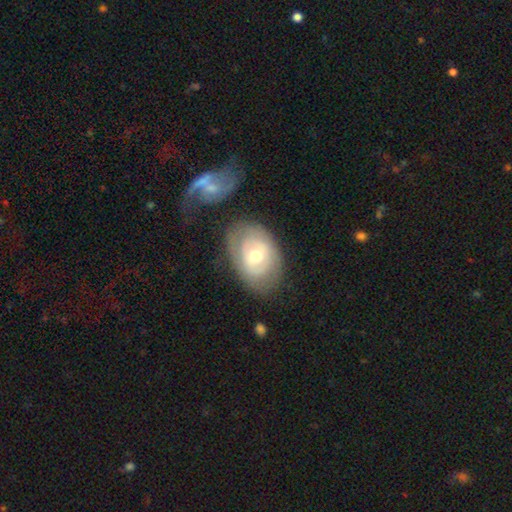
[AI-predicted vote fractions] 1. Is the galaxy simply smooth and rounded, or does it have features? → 60% featured or disk, 34% smooth, 6% star or artifact.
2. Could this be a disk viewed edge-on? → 93% no, 7% yes.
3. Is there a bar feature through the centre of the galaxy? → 72% no, 22% weak, 6% strong.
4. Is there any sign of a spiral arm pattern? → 51% no, 49% yes.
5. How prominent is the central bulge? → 72% moderate, 20% small, 6% large, 1% dominant, 1% none.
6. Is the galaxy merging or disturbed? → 68% none, 19% minor disturbance, 8% major disturbance, 6% merger.